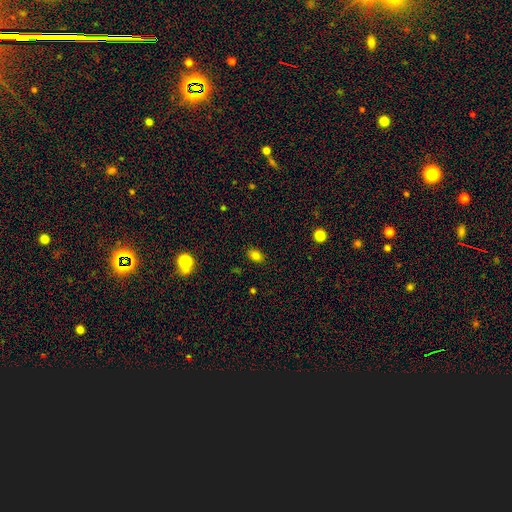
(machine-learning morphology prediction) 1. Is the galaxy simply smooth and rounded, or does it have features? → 81% smooth, 13% star or artifact, 6% featured or disk.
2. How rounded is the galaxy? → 78% in between, 21% round, 1% cigar-shaped.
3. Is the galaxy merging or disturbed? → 86% none, 10% minor disturbance, 3% major disturbance, 2% merger.